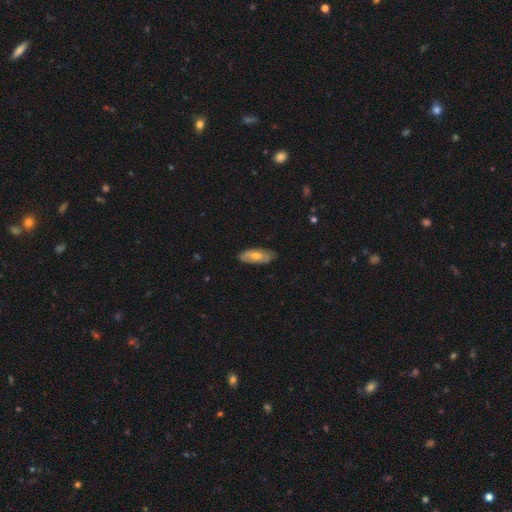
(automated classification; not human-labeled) smooth 56%, featured or disk 38%, star or artifact 6%. Down the decision tree: how rounded — in between (78%); merging — none (83%).